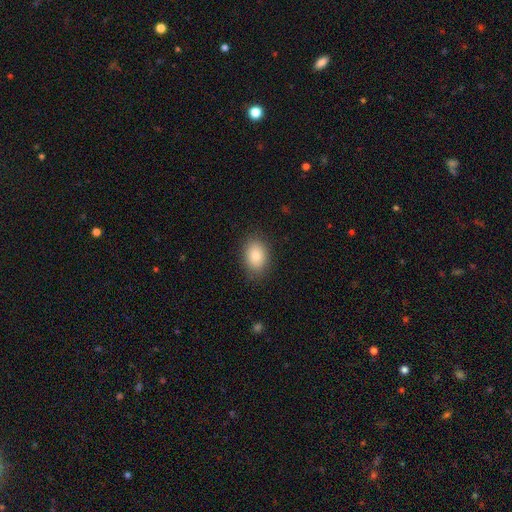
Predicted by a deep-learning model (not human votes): Overall: smooth (85%). How rounded: in between (79%). Merging: none (86%).